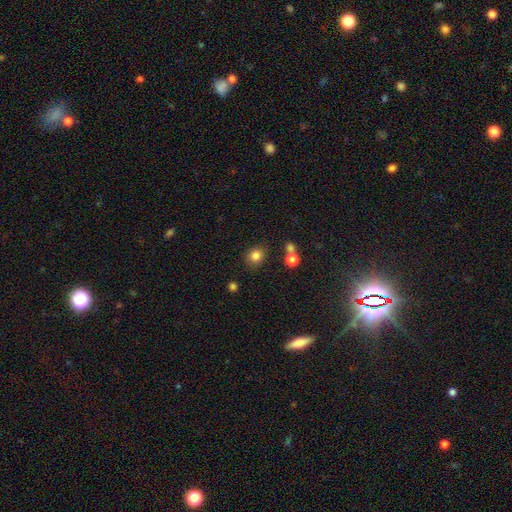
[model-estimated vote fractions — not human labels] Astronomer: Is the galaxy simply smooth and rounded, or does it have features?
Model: smooth — 83%.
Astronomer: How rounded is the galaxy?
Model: round — 74%.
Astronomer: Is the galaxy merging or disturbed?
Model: none — 80%.